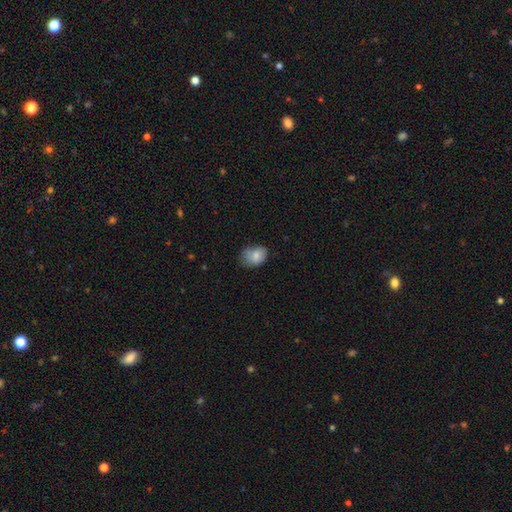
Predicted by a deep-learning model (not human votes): A smooth galaxy with no disk features (77%) that is in between round and cigar-shaped (65%). Merging: none (48%).